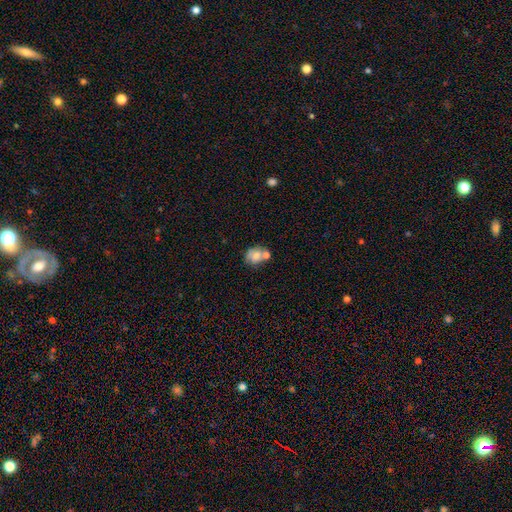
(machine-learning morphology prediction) smooth_or_featured: smooth (p=0.70) [alt: featured or disk p=0.21]
how_rounded: round (p=0.56) [alt: in between p=0.43]
merging: none (p=0.41) [alt: merger p=0.36]